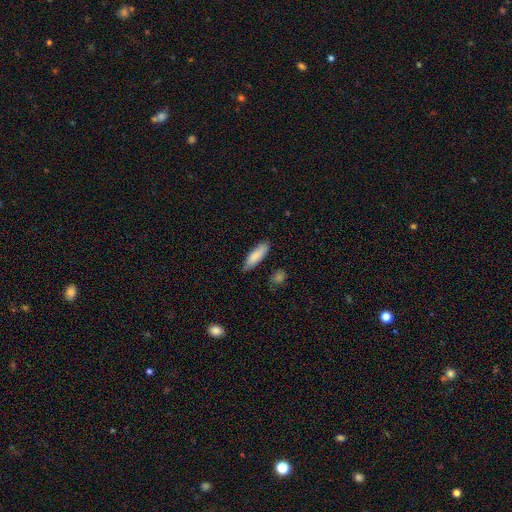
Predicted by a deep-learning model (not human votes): Smooth or featured?
  - smooth: 85% *
  - featured or disk: 9%
  - star or artifact: 6%
How rounded?
  - cigar-shaped: 52% *
  - in between: 47%
  - round: 2%
Merging?
  - none: 81% *
  - minor disturbance: 14%
  - major disturbance: 2%
  - merger: 2%